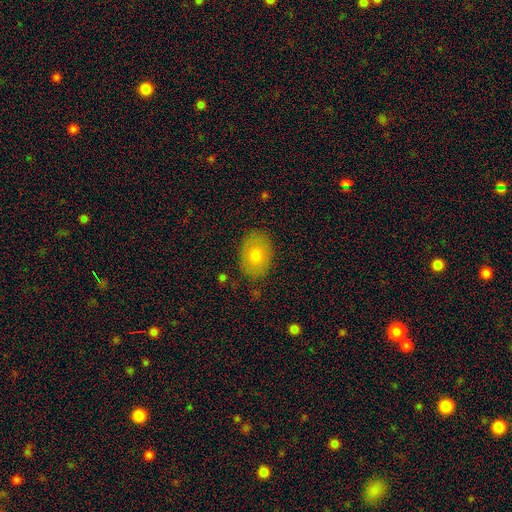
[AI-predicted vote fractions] smooth 73%, featured or disk 19%, star or artifact 8%. Down the decision tree: how rounded — in between (77%); merging — none (84%).